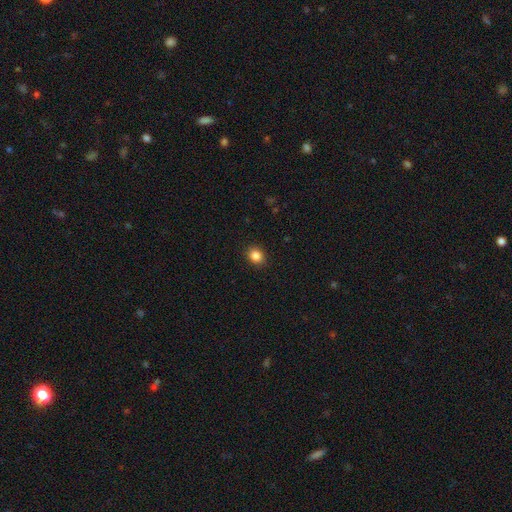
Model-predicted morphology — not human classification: Smooth or featured?
  - smooth: 86% *
  - star or artifact: 10%
  - featured or disk: 4%
How rounded?
  - round: 61% *
  - in between: 39%
  - cigar-shaped: 1%
Merging?
  - none: 90% *
  - minor disturbance: 7%
  - major disturbance: 2%
  - merger: 1%